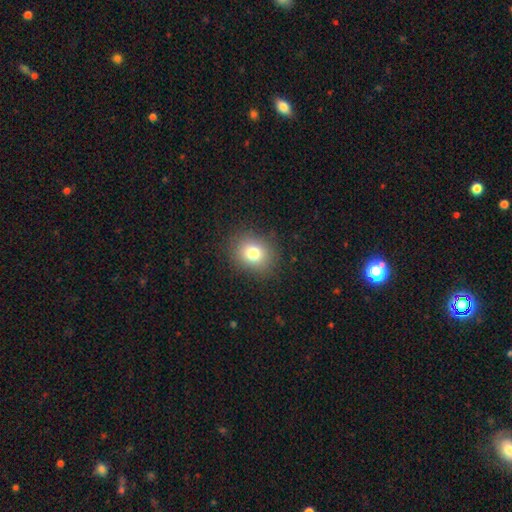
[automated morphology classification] smooth-or-featured: smooth: 74% | star or artifact: 20% | featured or disk: 7%
  how-rounded: round: 73% | in between: 26% | cigar-shaped: 1%
  merging: none: 92% | minor disturbance: 5% | major disturbance: 2% | merger: 1%